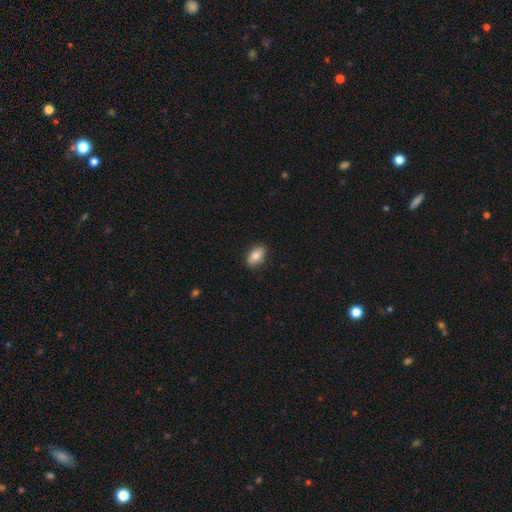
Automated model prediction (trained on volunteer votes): This is clearly a smooth galaxy (80%). How rounded: clearly in between (90%). Merging: clearly none (87%).